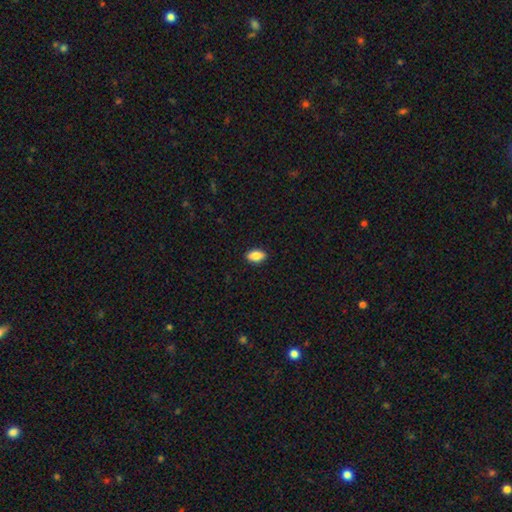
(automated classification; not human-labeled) smooth_or_featured: smooth (p=0.86) [alt: star or artifact p=0.07]
how_rounded: in between (p=0.91) [alt: round p=0.05]
merging: none (p=0.90) [alt: minor disturbance p=0.08]